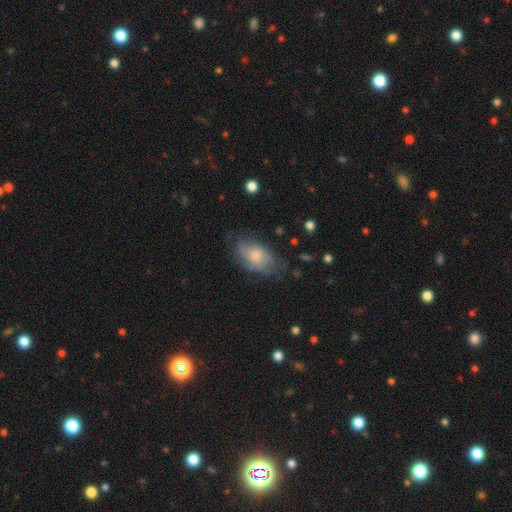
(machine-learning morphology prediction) smooth 54%, featured or disk 38%, star or artifact 8%. Down the decision tree: how rounded — in between (89%); merging — none (57%).